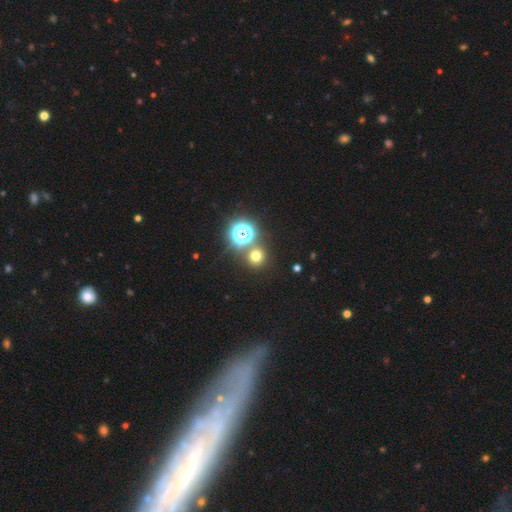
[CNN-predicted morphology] A smooth galaxy with no disk features (62%) that is round (91%). Merging: none (78%).